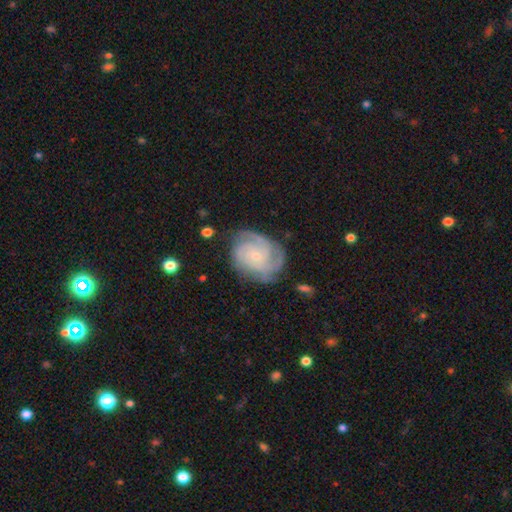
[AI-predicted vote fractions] Smooth or featured? featured or disk (85%)
Edge-on disk? no (98%)
Bar? no (74%)
Spiral arms? yes (97%)
Spiral winding? tight (64%)
Spiral arm count? 3 (37%)
Bulge size? small (79%)
Merging? none (71%)